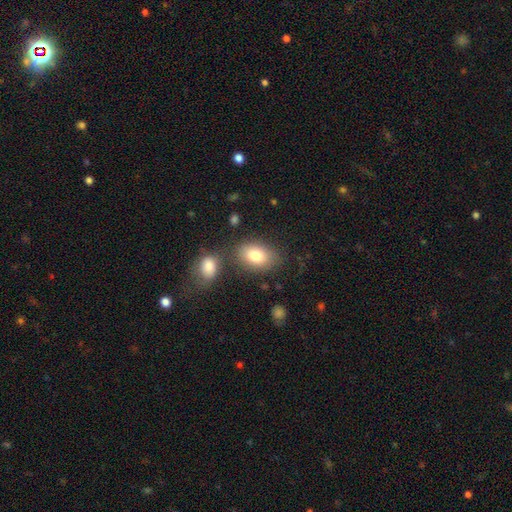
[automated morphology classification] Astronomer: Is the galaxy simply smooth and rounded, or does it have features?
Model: smooth — 80%.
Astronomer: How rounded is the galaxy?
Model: in between — 83%.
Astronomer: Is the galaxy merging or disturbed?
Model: none — 70%.